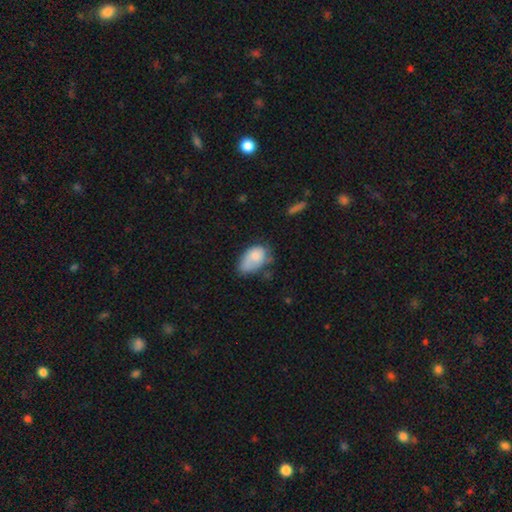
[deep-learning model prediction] Overall: smooth (76%). How rounded: in between (90%). Merging: minor disturbance (37%; none 36%).